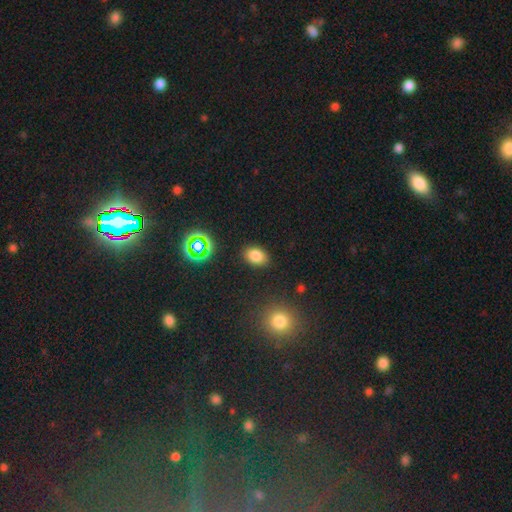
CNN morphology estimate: Smooth or featured? smooth (80%)
How rounded? in between (79%)
Merging? none (86%)